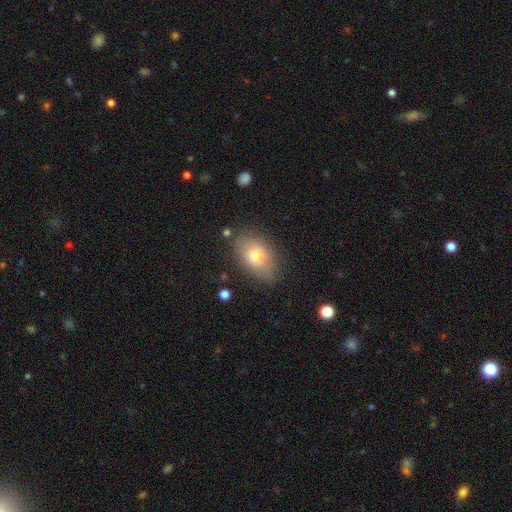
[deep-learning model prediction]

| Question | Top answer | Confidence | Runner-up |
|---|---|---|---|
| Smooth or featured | smooth | 70% | featured or disk (22%) |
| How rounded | in between | 86% | round (12%) |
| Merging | none | 78% | minor disturbance (16%) |